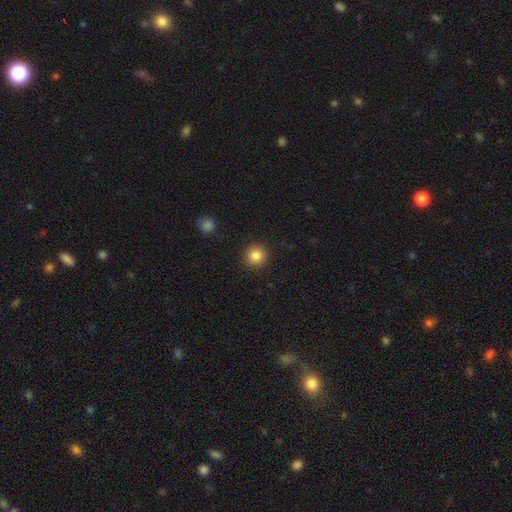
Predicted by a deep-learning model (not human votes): This appears to be a smooth galaxy with no disk features (85%) that is round (93%). Merging: none (91%).